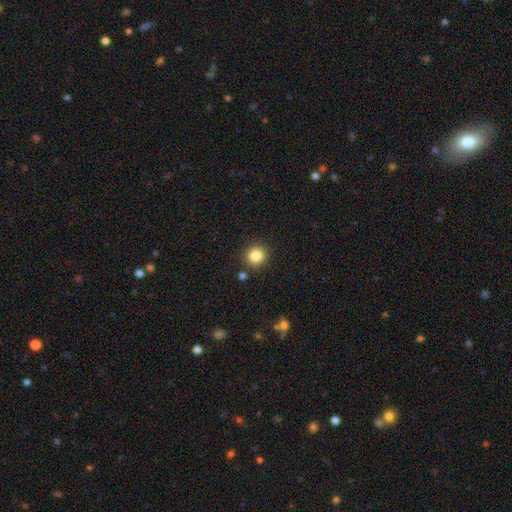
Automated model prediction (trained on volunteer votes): Smooth or featured: smooth — 84% (star or artifact — 11%)
How rounded: round — 91% (in between — 8%)
Merging: none — 88% (minor disturbance — 7%)